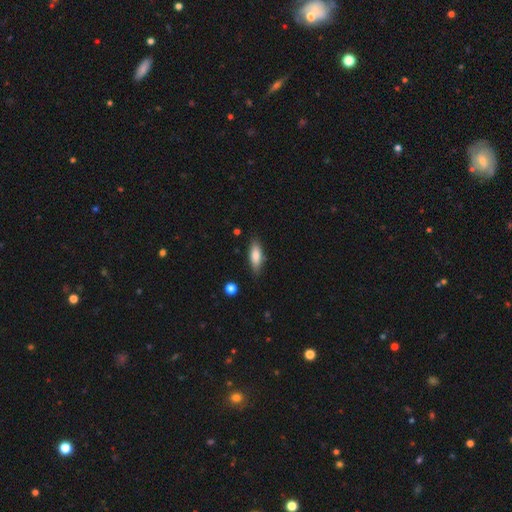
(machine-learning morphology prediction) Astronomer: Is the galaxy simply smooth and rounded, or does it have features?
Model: smooth — 80%.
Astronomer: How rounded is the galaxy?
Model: in between — 65%.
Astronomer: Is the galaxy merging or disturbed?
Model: none — 83%.